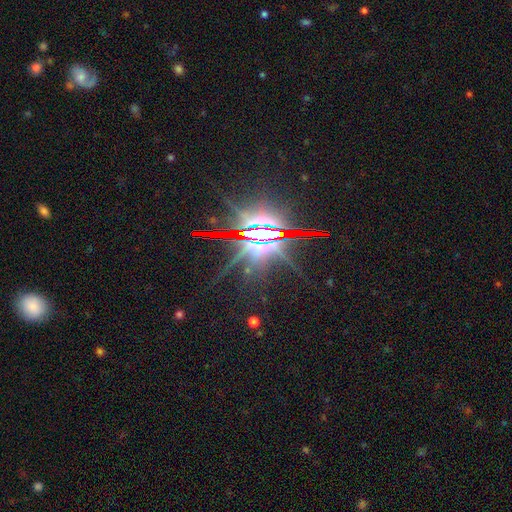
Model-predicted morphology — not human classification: This is clearly a star or artifact rather than a galaxy (82%).